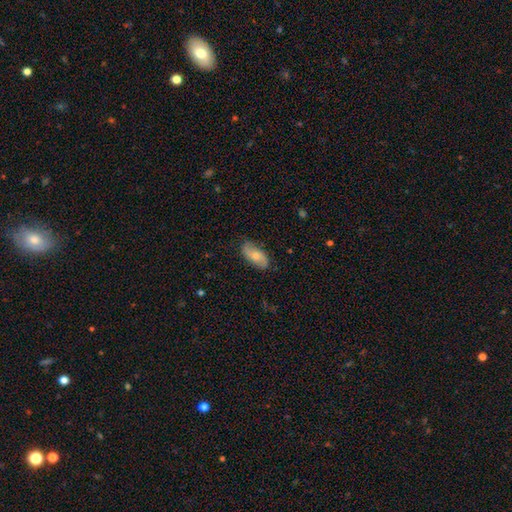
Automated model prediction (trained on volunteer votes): A smooth galaxy with no disk features (54%) that is in between round and cigar-shaped (90%). Merging: none (79%).